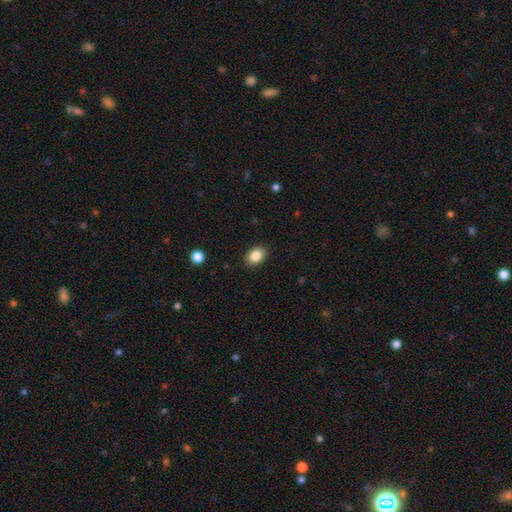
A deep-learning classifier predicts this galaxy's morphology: Q: Smooth or featured?
A: smooth (85%); runner-up: star or artifact (8%)
Q: How rounded?
A: in between (80%); runner-up: round (19%)
Q: Merging?
A: none (88%); runner-up: minor disturbance (9%)